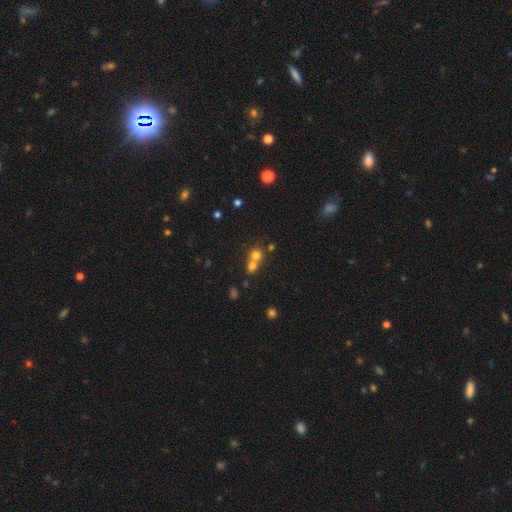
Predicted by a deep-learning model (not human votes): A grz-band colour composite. It shows a smooth galaxy with no disk features (70%) that is round (84%). Merging: merger (57%).